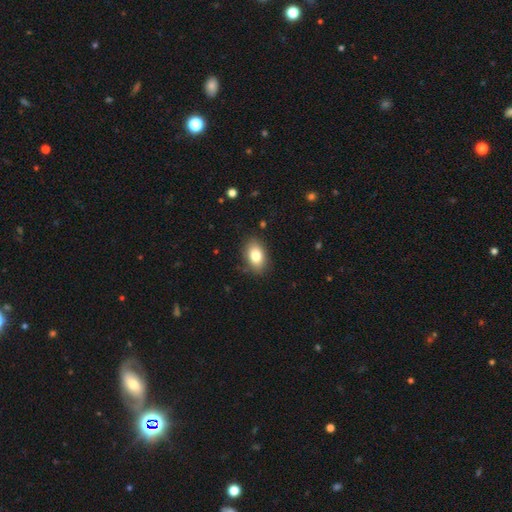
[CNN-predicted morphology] A smooth galaxy with no disk features (81%) that is in between round and cigar-shaped (88%).

Vote fractions:
- Smooth or featured? smooth: 81% / featured or disk: 11% / star or artifact: 8%
- How rounded? in between: 88% / round: 11% / cigar-shaped: 2%
- Merging? none: 85% / minor disturbance: 11% / major disturbance: 3% / merger: 1%